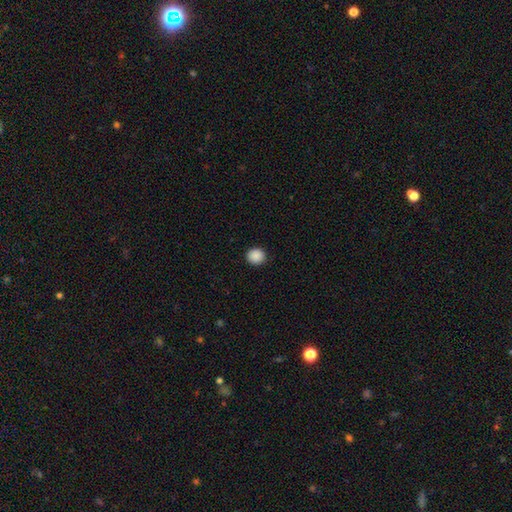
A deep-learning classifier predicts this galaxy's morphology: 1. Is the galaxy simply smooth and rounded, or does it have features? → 89% smooth, 9% star or artifact, 3% featured or disk.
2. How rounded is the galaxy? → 90% round, 9% in between, 1% cigar-shaped.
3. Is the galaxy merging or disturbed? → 92% none, 5% minor disturbance, 2% major disturbance, 1% merger.